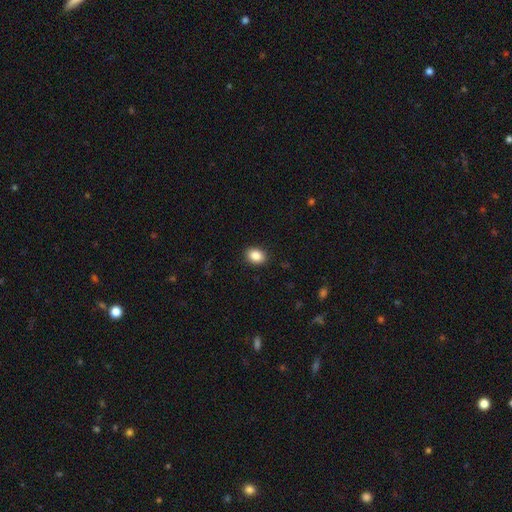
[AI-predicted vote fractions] Q: Smooth or featured?
A: smooth (87%); runner-up: star or artifact (8%)
Q: How rounded?
A: in between (66%); runner-up: round (33%)
Q: Merging?
A: none (90%); runner-up: minor disturbance (7%)